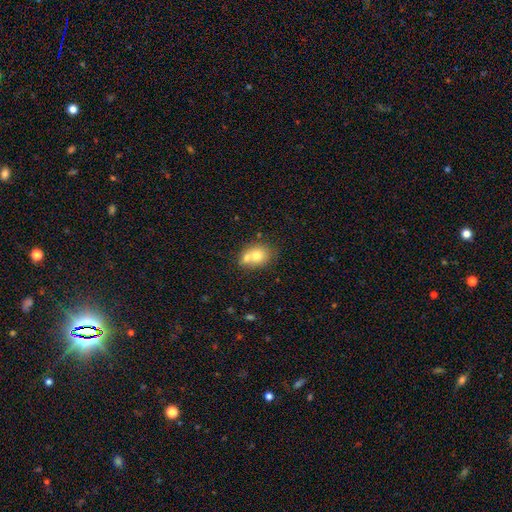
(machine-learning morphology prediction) The model was most divided on "how rounded": round: 58%, in between: 41%, cigar-shaped: 1%. More confident: smooth or featured — smooth (71%); merging — merger (52%).